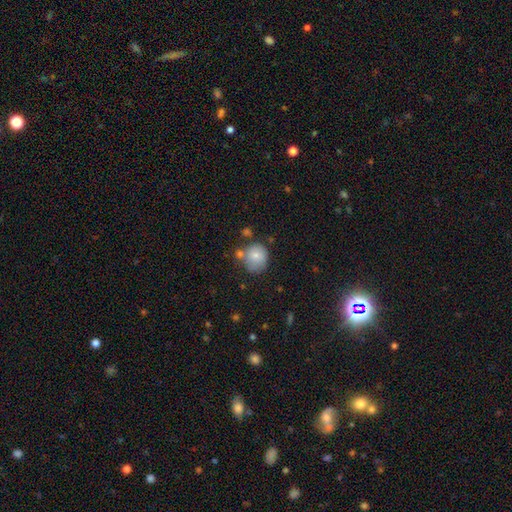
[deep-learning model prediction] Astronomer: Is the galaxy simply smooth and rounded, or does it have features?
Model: smooth — 79%.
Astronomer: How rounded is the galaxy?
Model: round — 85%.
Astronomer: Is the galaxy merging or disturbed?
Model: none — 57%.